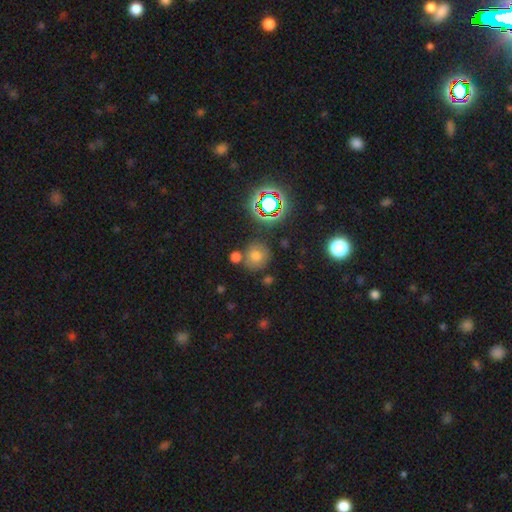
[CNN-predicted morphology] Smooth or featured? smooth (66%)
How rounded? round (85%)
Merging? none (69%)